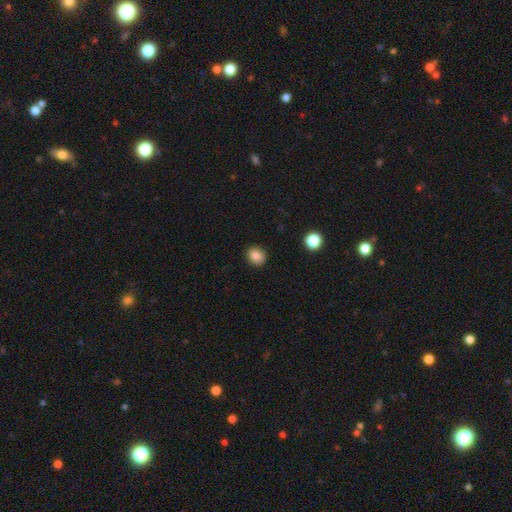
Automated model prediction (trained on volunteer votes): Overall: smooth (84%). How rounded: round (76%). Merging: none (90%).